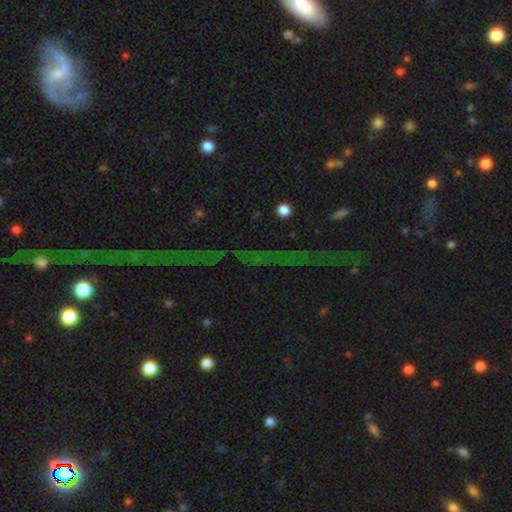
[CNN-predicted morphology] A star or artifact, not a galaxy (71%).